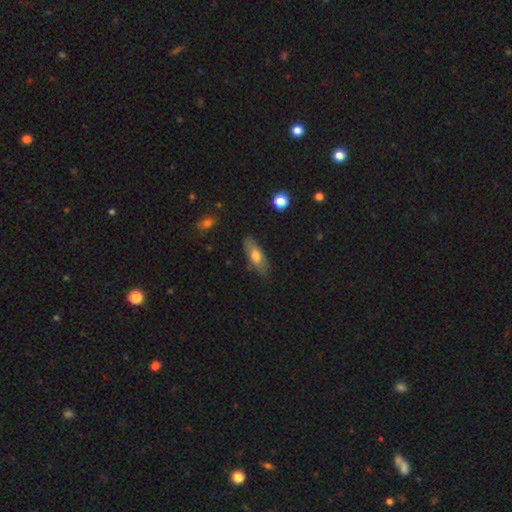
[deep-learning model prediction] The model was most divided on "how rounded": in between: 63%, cigar-shaped: 34%, round: 3%. More confident: merging — none (79%); smooth or featured — smooth (65%).